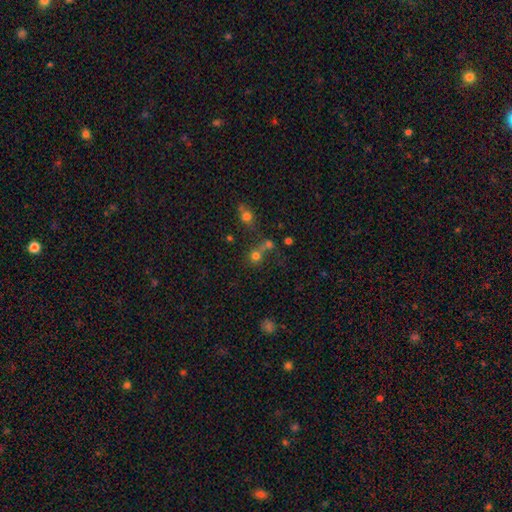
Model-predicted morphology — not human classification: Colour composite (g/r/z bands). It shows a smooth galaxy with no disk features (70%) that is round (84%). Merging: none (45%).